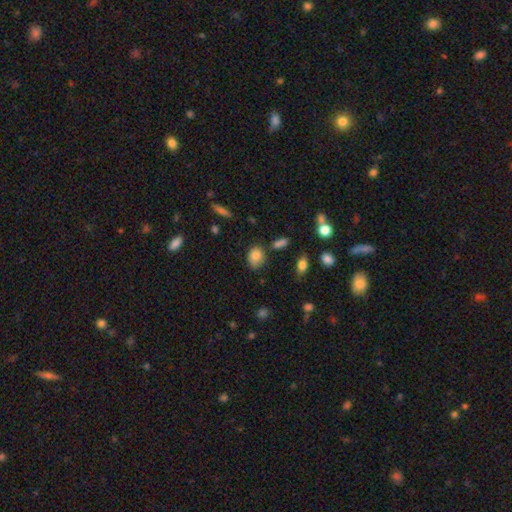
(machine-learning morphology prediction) smooth 82%, star or artifact 10%, featured or disk 8%. Down the decision tree: how rounded — in between (62%); merging — none (70%).